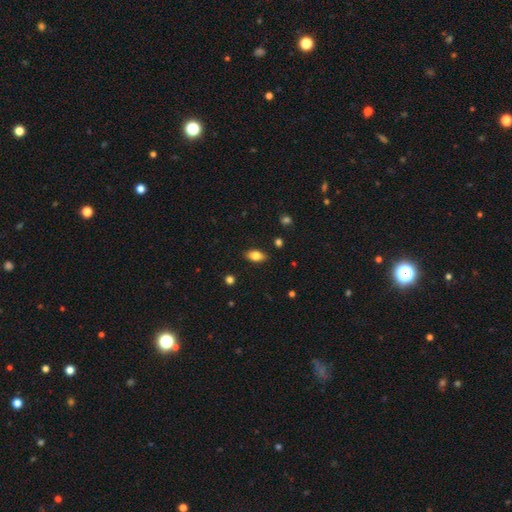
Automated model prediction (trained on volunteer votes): Smooth or featured? Predicted: smooth (p=0.80). How rounded? Predicted: in between (p=0.89). Merging? Predicted: none (p=0.87).